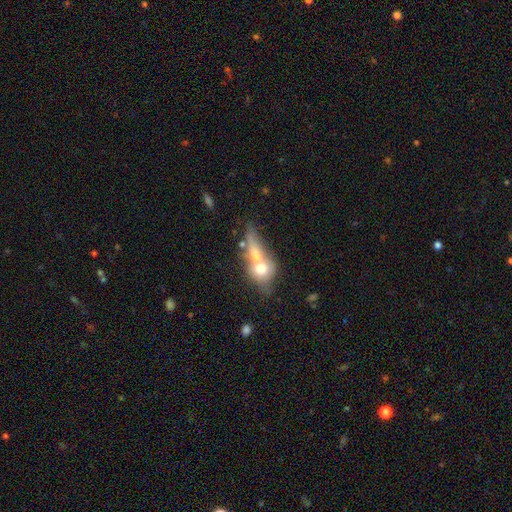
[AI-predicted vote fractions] Overall: smooth (61%; featured or disk 31%). How rounded: in between (47%; round 35%). Merging: merger (67%).